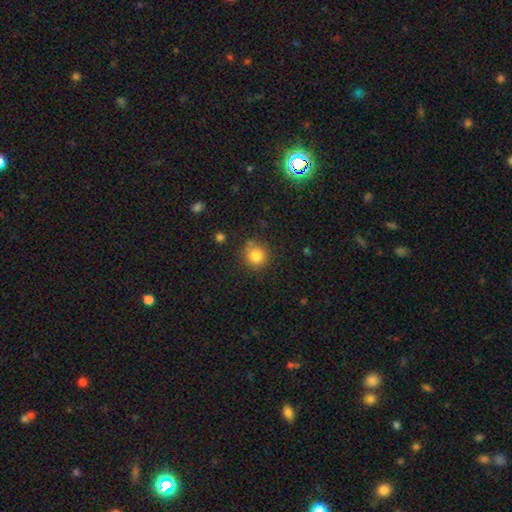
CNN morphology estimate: smooth-or-featured: smooth: 83% | star or artifact: 12% | featured or disk: 6%
  how-rounded: round: 92% | in between: 7% | cigar-shaped: 1%
  merging: none: 81% | minor disturbance: 11% | merger: 5% | major disturbance: 3%